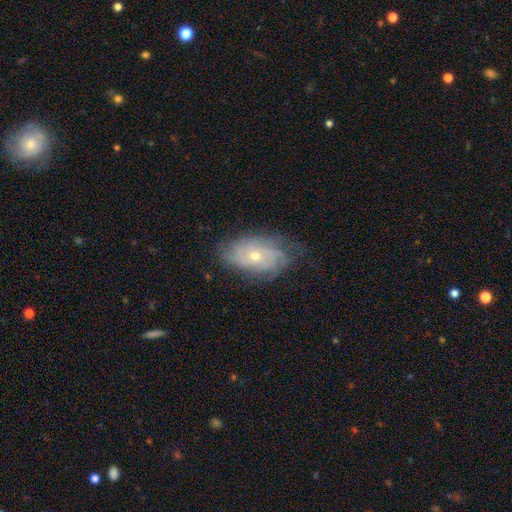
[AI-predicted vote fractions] smooth_or_featured: featured or disk (p=0.74) [alt: smooth p=0.18]
disk_edge_on: no (p=0.94) [alt: yes p=0.06]
bar: no (p=0.81) [alt: weak p=0.17]
has_spiral_arms: yes (p=0.89) [alt: no p=0.11]
spiral_winding: tight (p=0.60) [alt: medium p=0.29]
spiral_arm_count: can't tell (p=0.50) [alt: 4 p=0.13]
bulge_size: small (p=0.56) [alt: moderate p=0.41]
merging: none (p=0.70) [alt: minor disturbance p=0.21]